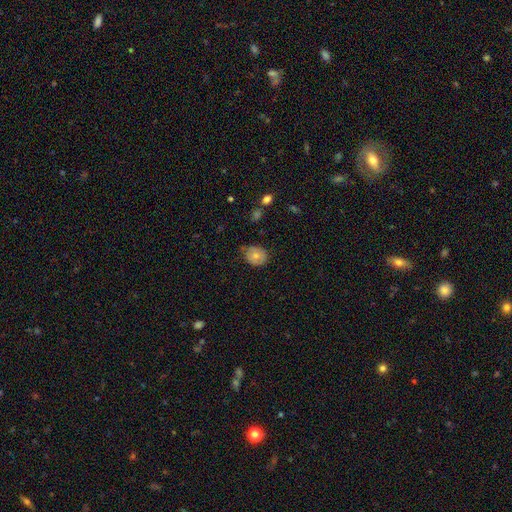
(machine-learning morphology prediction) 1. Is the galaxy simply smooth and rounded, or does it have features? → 68% smooth, 24% featured or disk, 8% star or artifact.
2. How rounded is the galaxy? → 62% round, 37% in between, 1% cigar-shaped.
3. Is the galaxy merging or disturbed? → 72% none, 22% minor disturbance, 4% major disturbance, 2% merger.